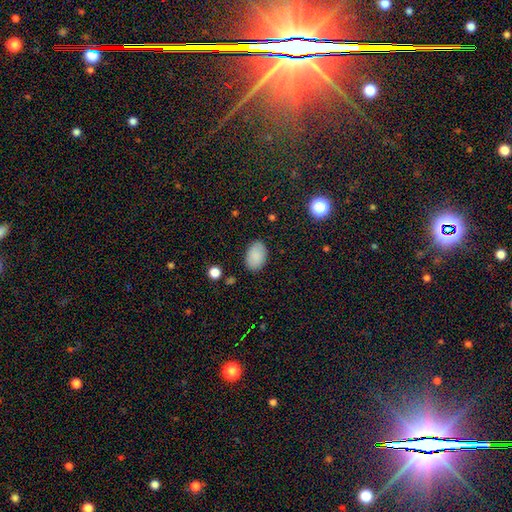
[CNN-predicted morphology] Smooth or featured?
  - smooth: 88% *
  - star or artifact: 7%
  - featured or disk: 4%
How rounded?
  - in between: 89% *
  - round: 10%
  - cigar-shaped: 1%
Merging?
  - none: 86% *
  - minor disturbance: 10%
  - major disturbance: 2%
  - merger: 1%